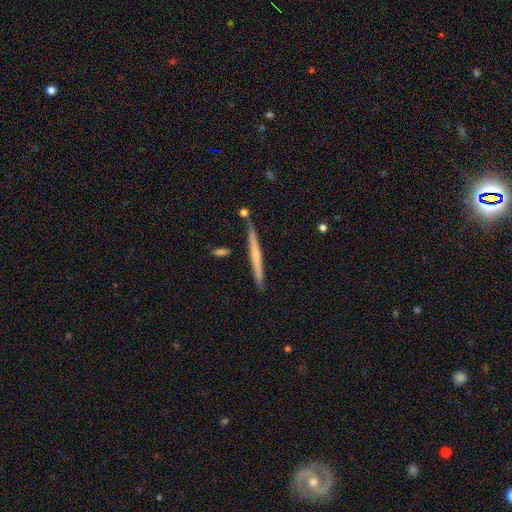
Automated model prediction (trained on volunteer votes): Smooth or featured? Predicted: featured or disk (p=0.53). Edge-on disk? Predicted: yes (p=0.97). Edge-on bulge? Predicted: none (p=0.64). Merging? Predicted: none (p=0.84).